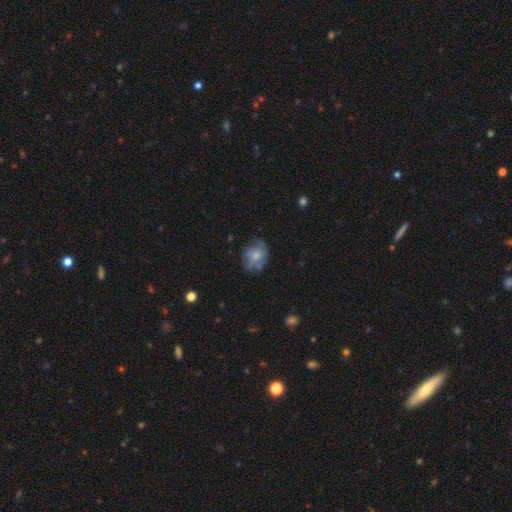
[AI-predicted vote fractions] This appears to be a featured or disk galaxy (46%). Merging: none (60%).